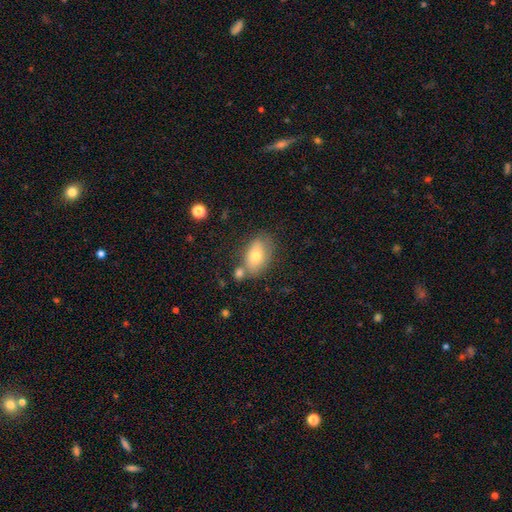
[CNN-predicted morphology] Q: Smooth or featured?
A: smooth (71%); runner-up: featured or disk (20%)
Q: How rounded?
A: in between (87%); runner-up: round (11%)
Q: Merging?
A: none (61%); runner-up: minor disturbance (18%)